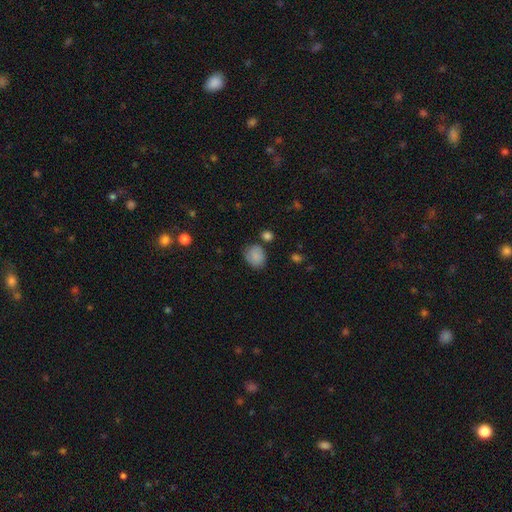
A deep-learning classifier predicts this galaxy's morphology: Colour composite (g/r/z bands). It shows a smooth galaxy with no disk features (79%) that is round (57%). Merging: none (68%).